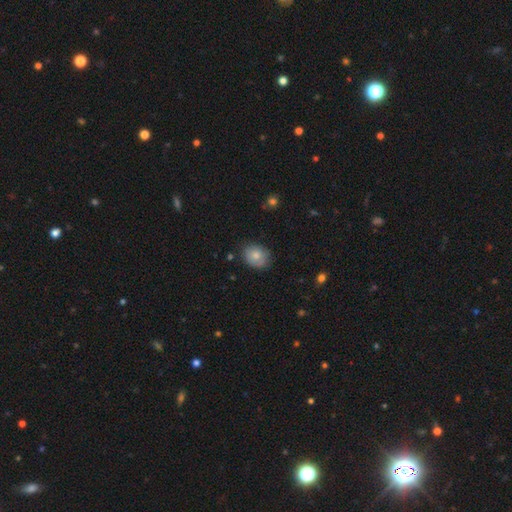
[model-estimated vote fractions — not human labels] smooth_or_featured: smooth (p=0.80) [alt: featured or disk p=0.12]
how_rounded: in between (p=0.55) [alt: round p=0.44]
merging: none (p=0.79) [alt: minor disturbance p=0.17]